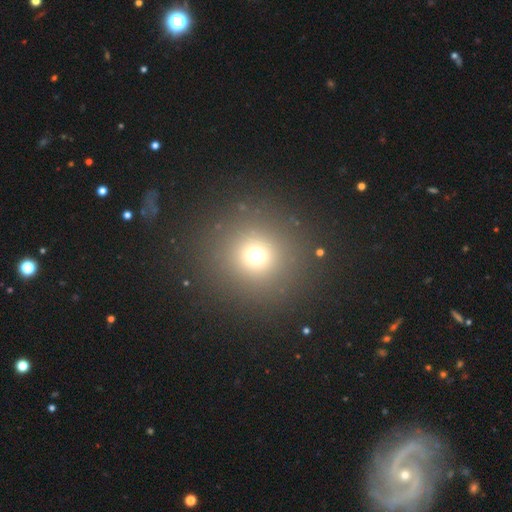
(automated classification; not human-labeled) Smooth or featured?
  - smooth: 68% *
  - star or artifact: 24%
  - featured or disk: 8%
How rounded?
  - round: 93% *
  - in between: 6%
  - cigar-shaped: 1%
Merging?
  - none: 88% *
  - minor disturbance: 6%
  - major disturbance: 4%
  - merger: 2%